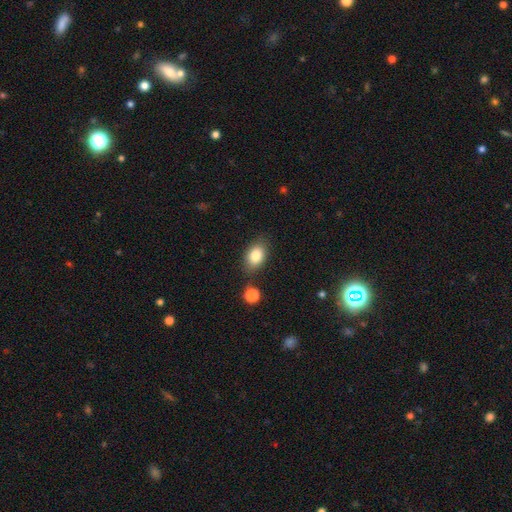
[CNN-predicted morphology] This appears to be a smooth galaxy with no disk features (84%) that is in between round and cigar-shaped (84%). Merging: none (76%).